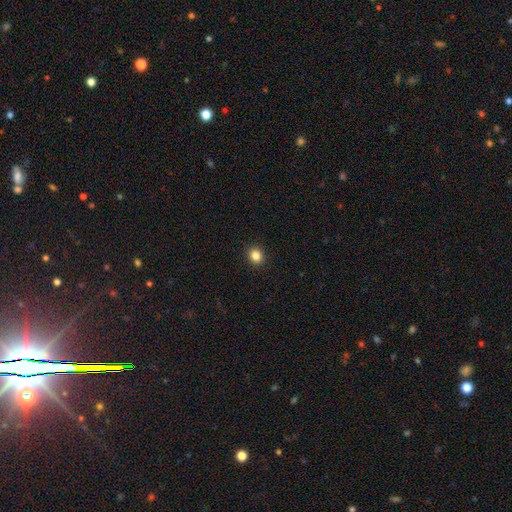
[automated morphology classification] smooth 85%, star or artifact 11%, featured or disk 4%. Down the decision tree: how rounded — round (79%); merging — none (92%).